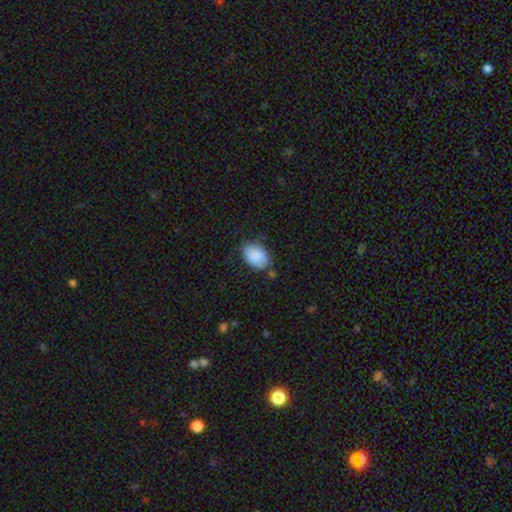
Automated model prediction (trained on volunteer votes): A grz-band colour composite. It shows a smooth galaxy with no disk features (88%) that is in between round and cigar-shaped (86%). Merging: none (71%).